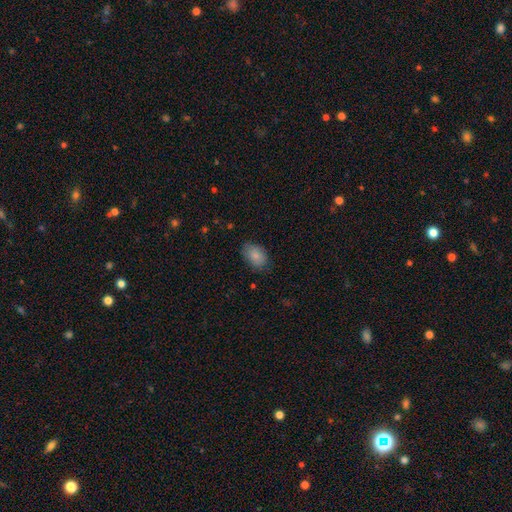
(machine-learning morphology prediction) A smooth galaxy with no disk features (87%) that is in between round and cigar-shaped (87%).

Vote fractions:
- Smooth or featured? smooth: 87% / star or artifact: 7% / featured or disk: 6%
- How rounded? in between: 87% / round: 11% / cigar-shaped: 1%
- Merging? none: 78% / minor disturbance: 18% / major disturbance: 4% / merger: 1%